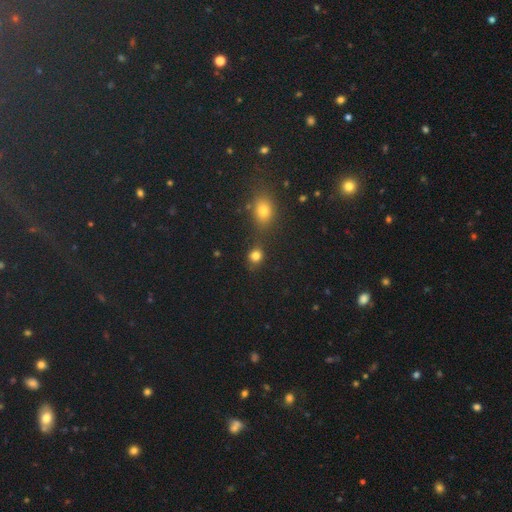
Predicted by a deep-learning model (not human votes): Smooth or featured? smooth (80%)
How rounded? round (74%)
Merging? none (73%)